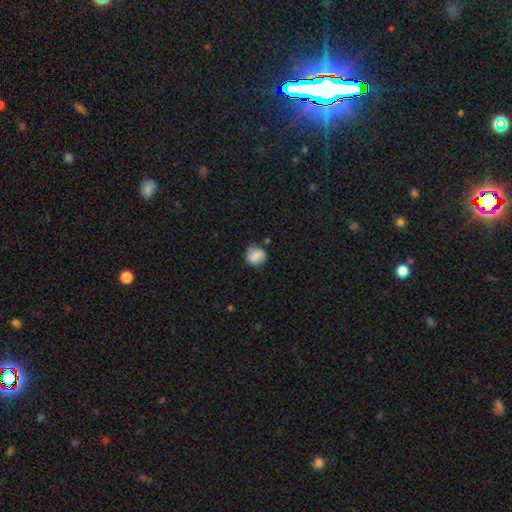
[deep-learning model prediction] Smooth or featured? Predicted: smooth (p=0.75). How rounded? Predicted: round (p=0.81). Merging? Predicted: none (p=0.74).